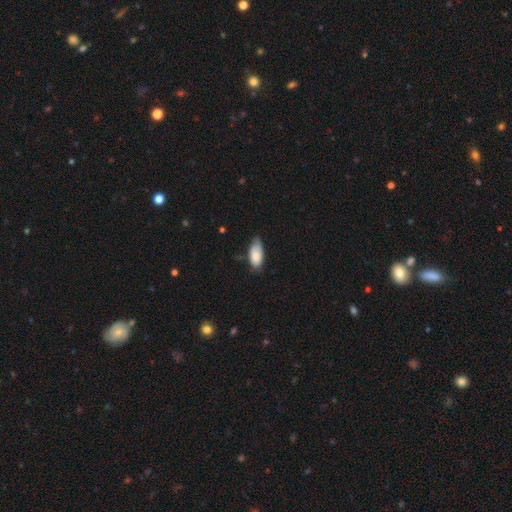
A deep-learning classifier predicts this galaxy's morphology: smooth_or_featured: smooth (p=0.83) [alt: featured or disk p=0.10]
how_rounded: in between (p=0.89) [alt: cigar-shaped p=0.08]
merging: none (p=0.51) [alt: minor disturbance p=0.40]